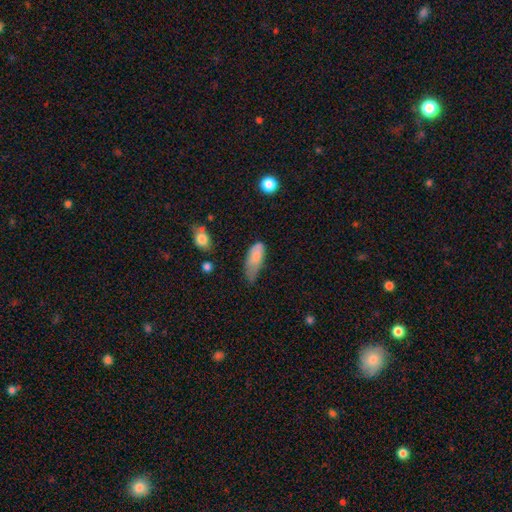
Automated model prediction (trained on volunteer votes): Overall: smooth (80%). How rounded: in between (81%). Merging: minor disturbance (46%; major disturbance 29%).